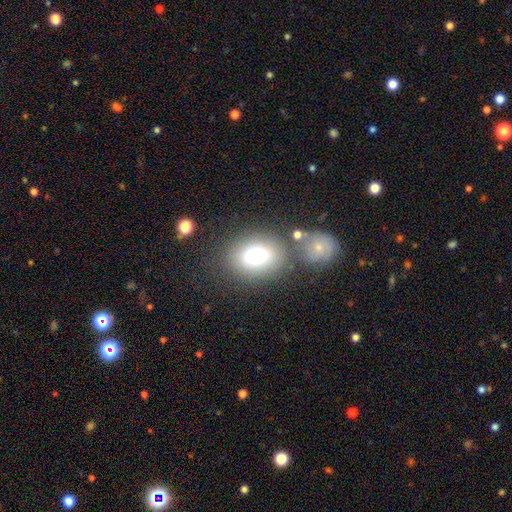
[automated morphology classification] Smooth or featured? smooth (72%)
How rounded? in between (55%)
Merging? none (63%)